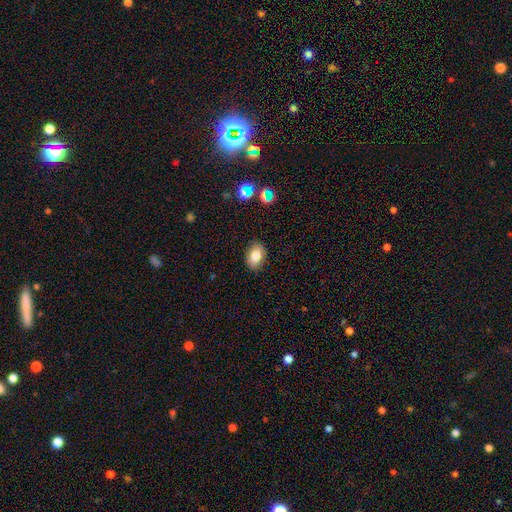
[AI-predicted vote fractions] smooth_or_featured: smooth (p=0.81) [alt: featured or disk p=0.10]
how_rounded: in between (p=0.86) [alt: round p=0.13]
merging: none (p=0.87) [alt: minor disturbance p=0.10]